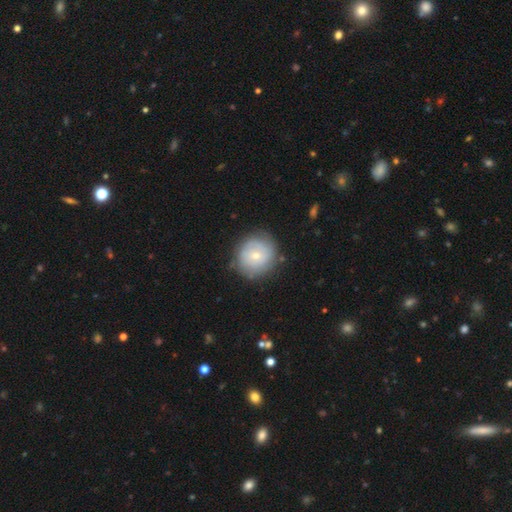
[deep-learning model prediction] Morphology: type=smooth (57%); roundness=round (91%); merging=none (76%).